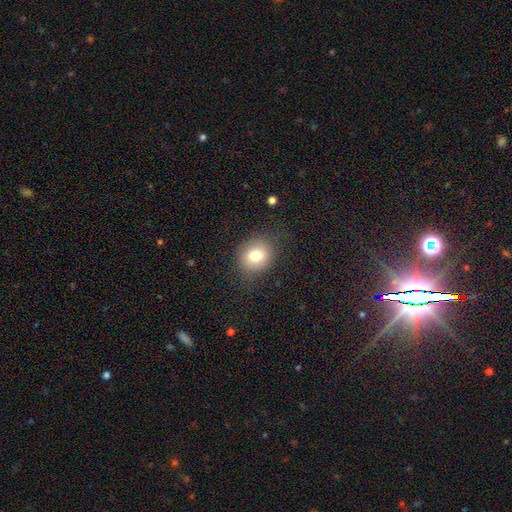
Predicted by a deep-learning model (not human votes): smooth 77%, featured or disk 12%, star or artifact 11%. Down the decision tree: how rounded — round (65%); merging — none (80%).